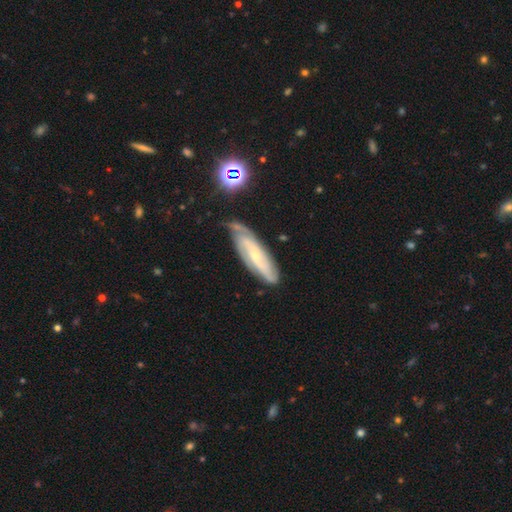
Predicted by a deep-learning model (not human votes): Smooth or featured? featured or disk (73%)
Edge-on disk? no (80%)
Bar? no (50%)
Spiral arms? yes (92%)
Spiral winding? tight (48%)
Spiral arm count? 2 (45%)
Bulge size? small (72%)
Merging? none (64%)